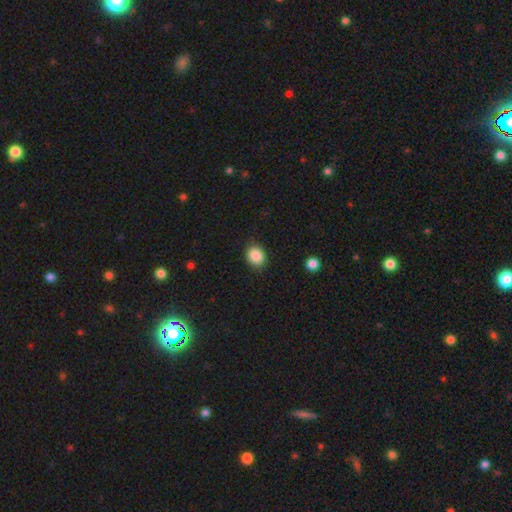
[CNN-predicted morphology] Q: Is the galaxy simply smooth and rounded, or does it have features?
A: smooth — 88%.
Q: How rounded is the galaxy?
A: round — 58%.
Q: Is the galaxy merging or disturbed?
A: none — 85%.